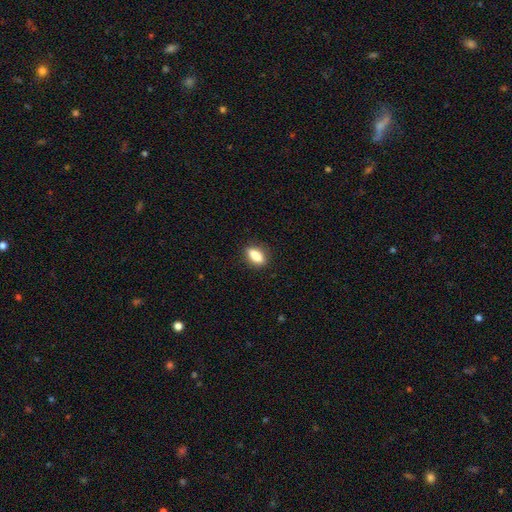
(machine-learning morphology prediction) smooth 83%, featured or disk 10%, star or artifact 8%. Down the decision tree: how rounded — in between (73%); merging — none (86%).